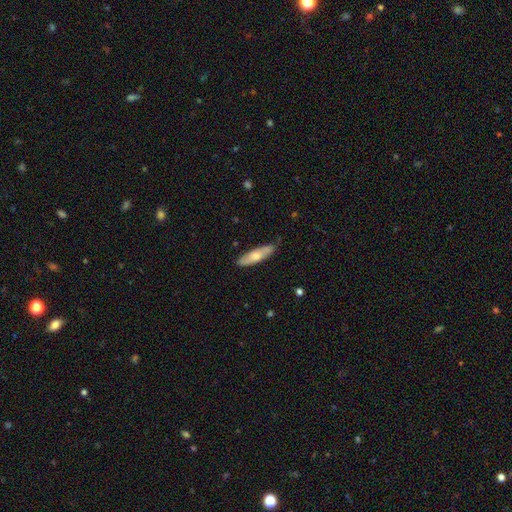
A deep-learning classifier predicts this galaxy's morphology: Smooth or featured?
  - smooth: 64% *
  - featured or disk: 31%
  - star or artifact: 5%
How rounded?
  - cigar-shaped: 62% *
  - in between: 36%
  - round: 2%
Merging?
  - none: 74% *
  - minor disturbance: 21%
  - major disturbance: 3%
  - merger: 2%